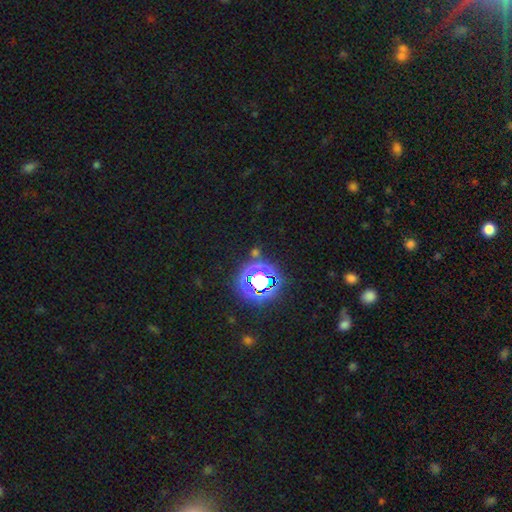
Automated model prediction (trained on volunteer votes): Morphology: type=star or artifact (74%).